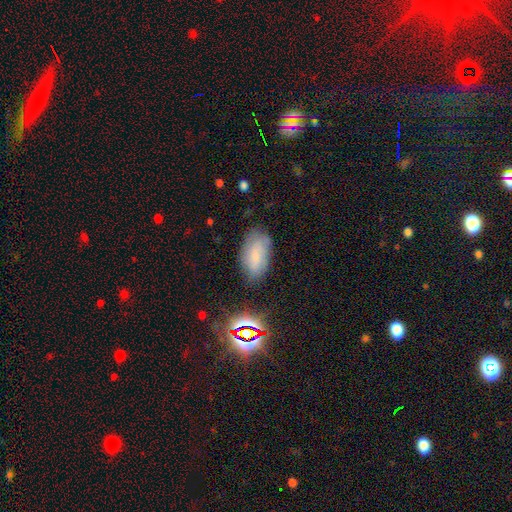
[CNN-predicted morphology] smooth-or-featured: smooth: 67% | featured or disk: 18% | star or artifact: 14%
  how-rounded: in between: 92% | cigar-shaped: 4% | round: 4%
  merging: none: 70% | minor disturbance: 21% | major disturbance: 6% | merger: 3%